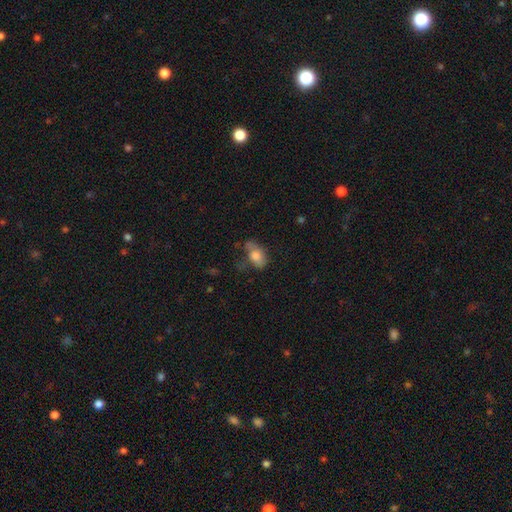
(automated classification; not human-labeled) Smooth or featured: smooth — 73% (featured or disk — 18%)
How rounded: in between — 84% (round — 13%)
Merging: none — 40% (minor disturbance — 31%)